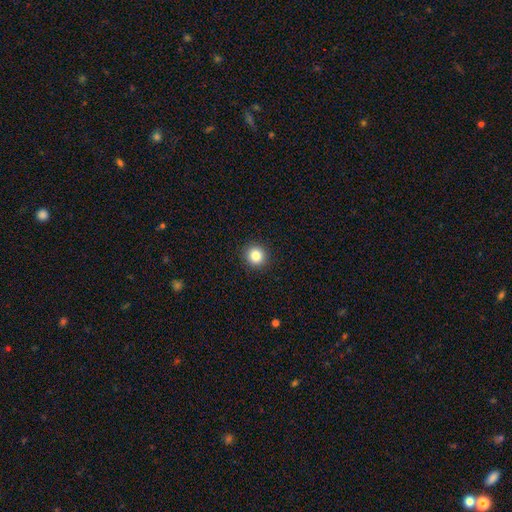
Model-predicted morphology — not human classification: Q: Smooth or featured?
A: smooth (84%); runner-up: star or artifact (11%)
Q: How rounded?
A: round (92%); runner-up: in between (7%)
Q: Merging?
A: none (92%); runner-up: minor disturbance (5%)